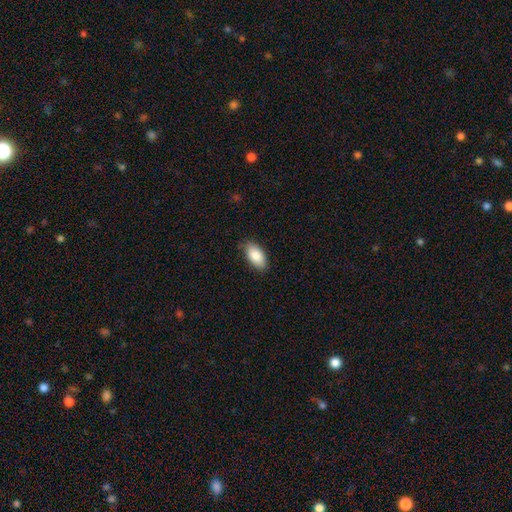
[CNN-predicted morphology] A smooth galaxy with no disk features (87%) that is in between round and cigar-shaped (93%).

Vote fractions:
- Smooth or featured? smooth: 87% / featured or disk: 7% / star or artifact: 6%
- How rounded? in between: 93% / cigar-shaped: 4% / round: 3%
- Merging? none: 84% / minor disturbance: 13% / major disturbance: 2% / merger: 1%